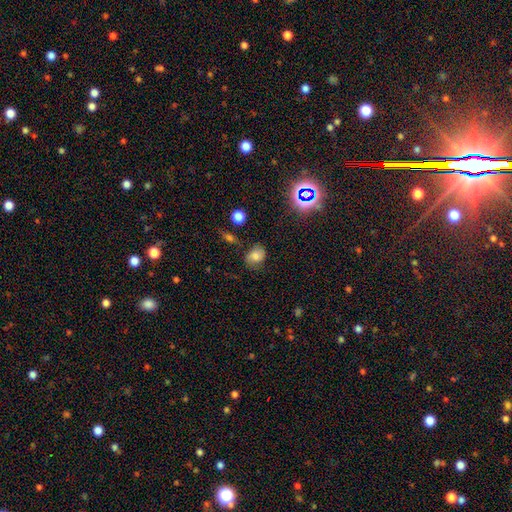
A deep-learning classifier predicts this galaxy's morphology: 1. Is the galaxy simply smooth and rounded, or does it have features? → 70% smooth, 16% star or artifact, 14% featured or disk.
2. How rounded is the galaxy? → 51% in between, 48% round, 1% cigar-shaped.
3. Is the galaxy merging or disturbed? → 69% none, 20% minor disturbance, 7% major disturbance, 4% merger.